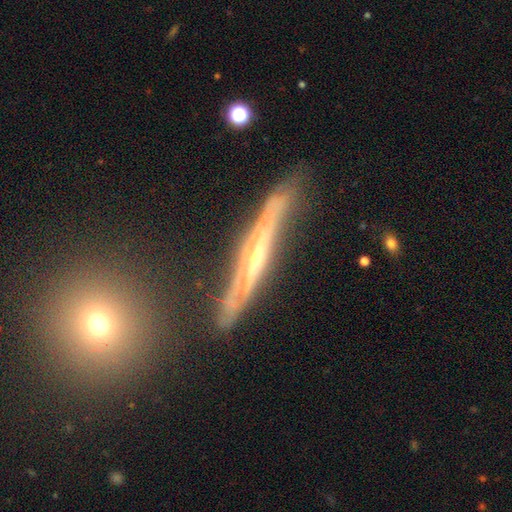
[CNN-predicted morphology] A featured or disk galaxy (80%) viewed edge-on (84%) with a rounded central bulge (61%).

Vote fractions:
- Smooth or featured? featured or disk: 80% / smooth: 13% / star or artifact: 7%
- Edge-on disk? yes: 84% / no: 16%
- Edge-on bulge? rounded: 61% / none: 33% / boxy: 6%
- Merging? none: 72% / minor disturbance: 19% / major disturbance: 5% / merger: 4%